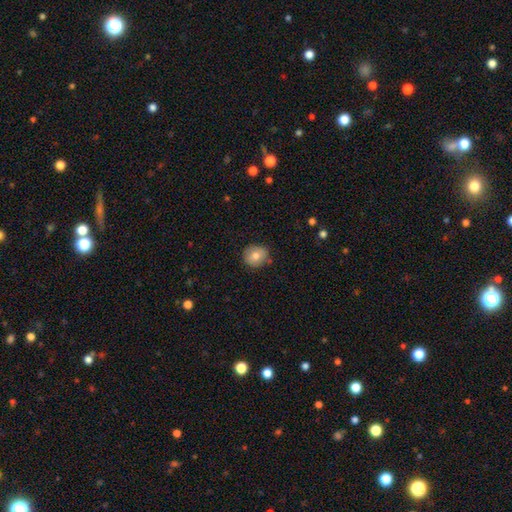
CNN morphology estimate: A smooth galaxy with no disk features (77%) that is round (79%).

Vote fractions:
- Smooth or featured? smooth: 77% / featured or disk: 15% / star or artifact: 8%
- How rounded? round: 79% / in between: 20% / cigar-shaped: 1%
- Merging? none: 83% / minor disturbance: 13% / major disturbance: 2% / merger: 2%